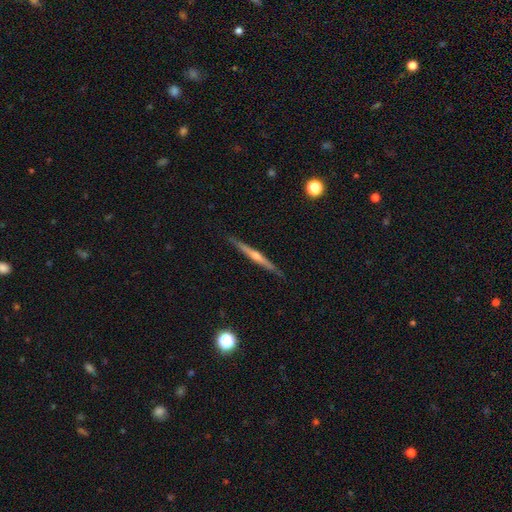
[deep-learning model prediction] Smooth or featured? featured or disk (78%)
Edge-on disk? yes (98%)
Edge-on bulge? rounded (79%)
Merging? none (91%)